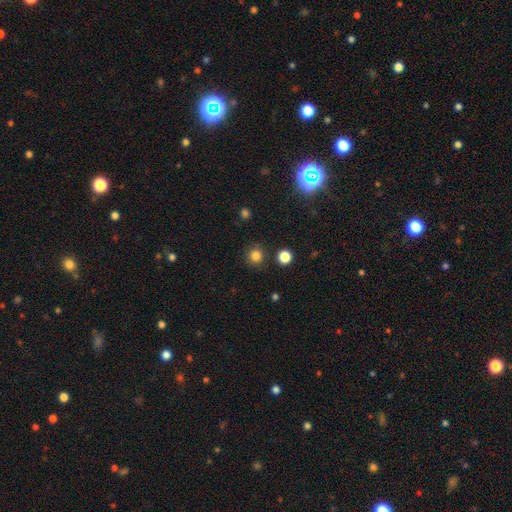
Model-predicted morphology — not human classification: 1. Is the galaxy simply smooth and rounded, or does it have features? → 82% smooth, 13% star or artifact, 4% featured or disk.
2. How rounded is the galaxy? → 93% round, 6% in between, 1% cigar-shaped.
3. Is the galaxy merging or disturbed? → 86% none, 8% minor disturbance, 3% merger, 3% major disturbance.